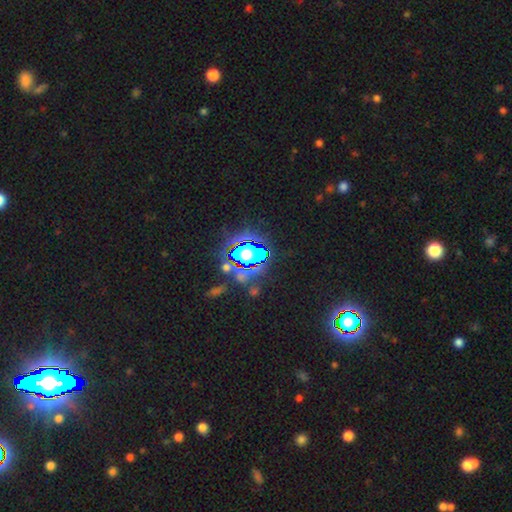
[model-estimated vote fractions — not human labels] Q: Smooth or featured?
A: star or artifact (85%); runner-up: smooth (9%)